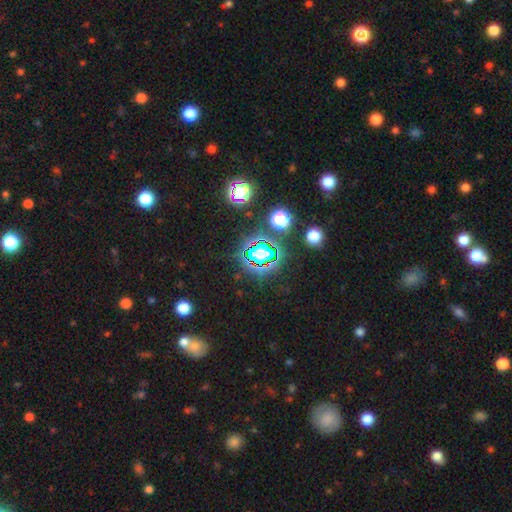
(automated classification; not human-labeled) smooth-or-featured: star or artifact: 78% | smooth: 14% | featured or disk: 7%